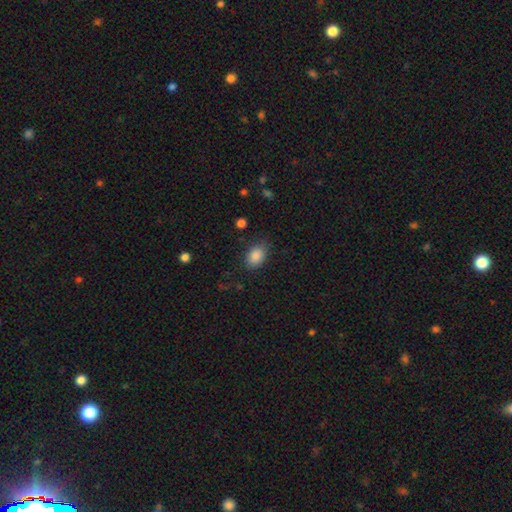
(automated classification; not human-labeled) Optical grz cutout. It shows a smooth galaxy with no disk features (88%) that is in between round and cigar-shaped (80%). Merging: none (80%).